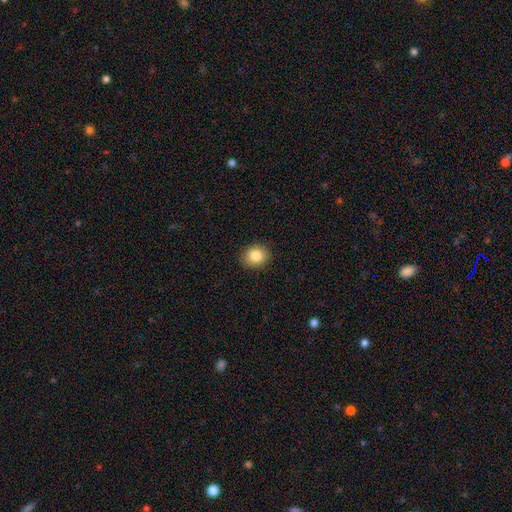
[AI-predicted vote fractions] The model was most divided on "how rounded": round: 64%, in between: 35%, cigar-shaped: 1%. More confident: merging — none (90%); smooth or featured — smooth (84%).